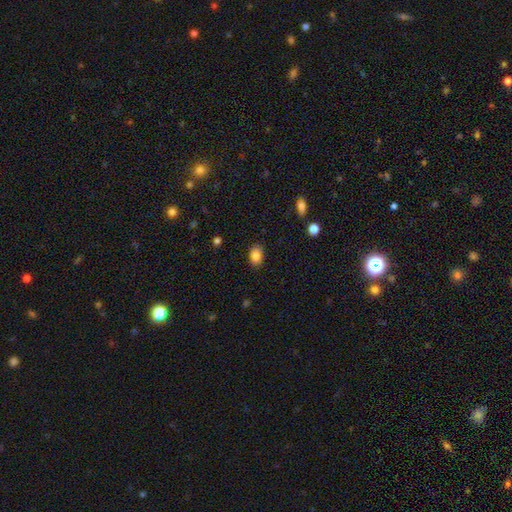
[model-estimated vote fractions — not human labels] This appears to be a smooth galaxy with no disk features (84%) that is in between round and cigar-shaped (82%). Merging: none (87%).